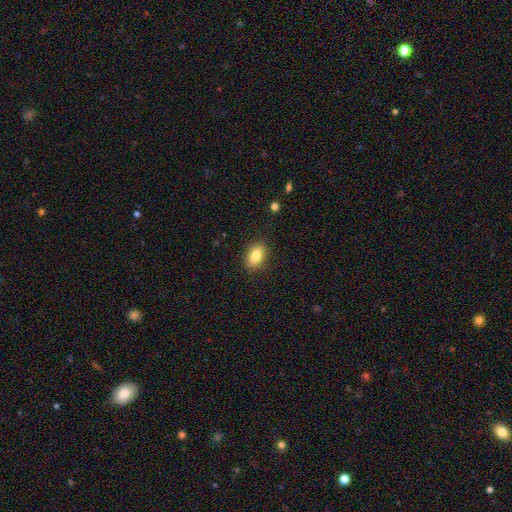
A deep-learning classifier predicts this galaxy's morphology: A smooth galaxy with no disk features (84%) that is in between round and cigar-shaped (88%). Merging: none (87%).